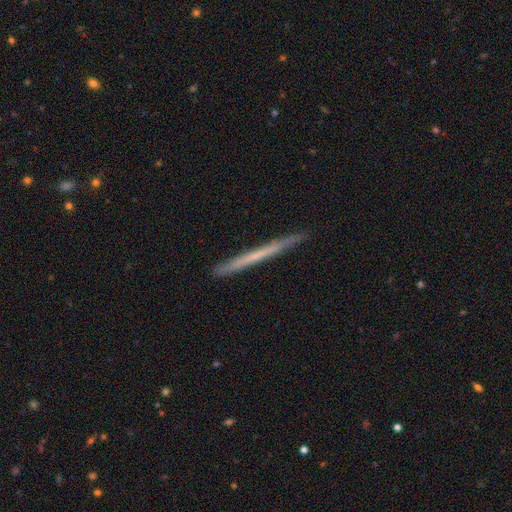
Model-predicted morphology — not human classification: featured or disk 48%, smooth 46%, star or artifact 6%. Down the decision tree: merging — none (91%).